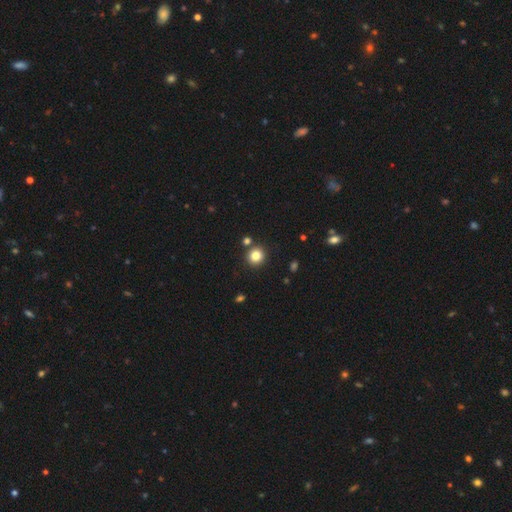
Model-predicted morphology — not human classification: Q: Smooth or featured?
A: smooth (82%); runner-up: star or artifact (12%)
Q: How rounded?
A: round (91%); runner-up: in between (8%)
Q: Merging?
A: none (85%); runner-up: merger (7%)